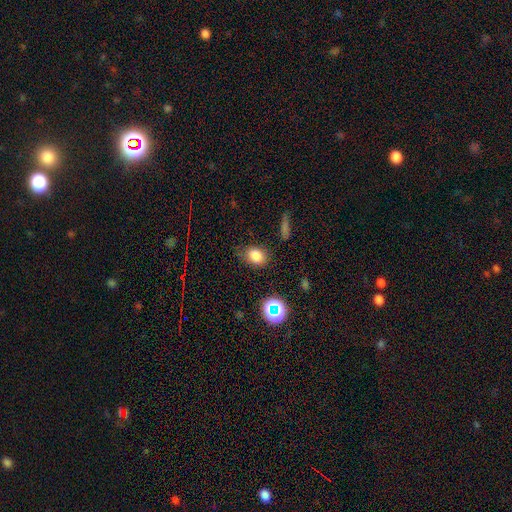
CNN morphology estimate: A smooth galaxy with no disk features (80%) that is in between round and cigar-shaped (65%). Merging: none (75%).